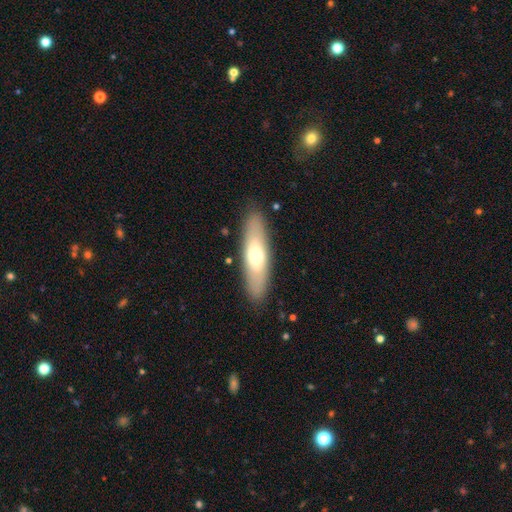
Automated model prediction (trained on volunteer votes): The model was most divided on "how rounded": cigar-shaped: 58%, in between: 40%, round: 2%. More confident: merging — none (88%); smooth or featured — smooth (60%).